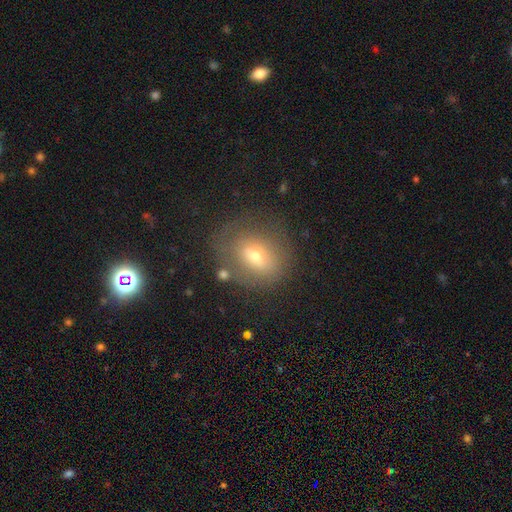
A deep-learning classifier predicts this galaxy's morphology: smooth 57%, featured or disk 30%, star or artifact 13%. Down the decision tree: how rounded — round (54%); merging — none (68%).